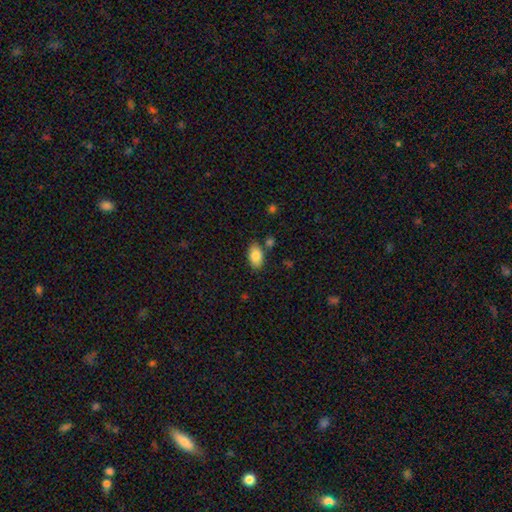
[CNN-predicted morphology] Overall: smooth (85%). How rounded: in between (92%). Merging: none (79%).